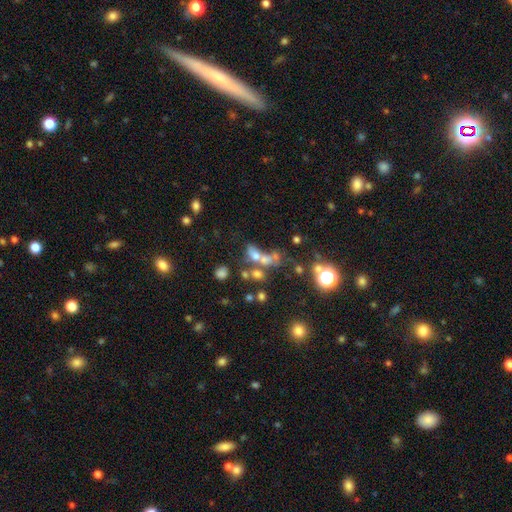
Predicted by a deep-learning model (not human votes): Smooth or featured?
  - smooth: 49% *
  - featured or disk: 26%
  - star or artifact: 25%
Merging?
  - merger: 52% *
  - none: 25%
  - major disturbance: 14%
  - minor disturbance: 10%